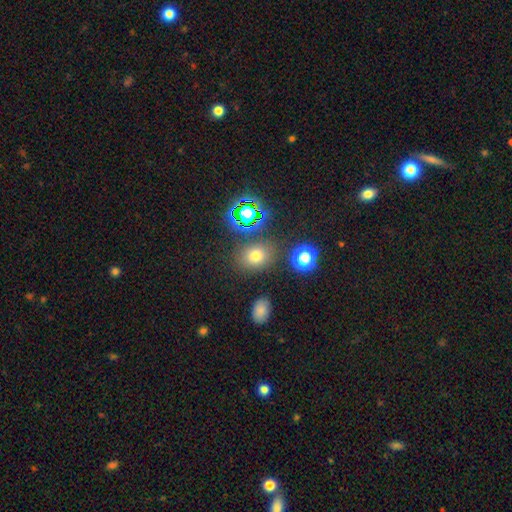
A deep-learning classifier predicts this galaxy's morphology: Overall: smooth (68%). How rounded: in between (51%; round 48%). Merging: none (80%).